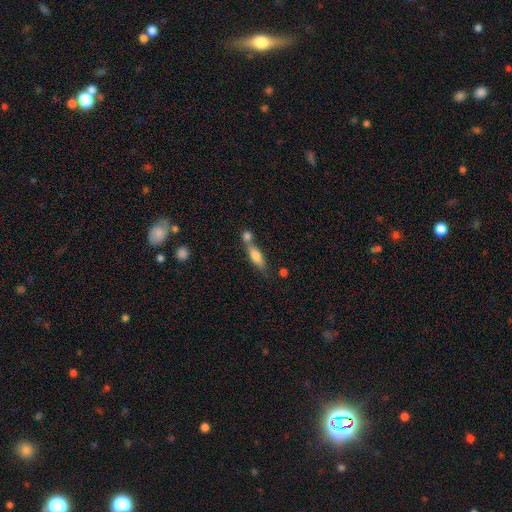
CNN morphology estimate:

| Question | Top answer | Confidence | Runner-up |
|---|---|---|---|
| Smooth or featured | smooth | 68% | featured or disk (25%) |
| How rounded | cigar-shaped | 52% | in between (45%) |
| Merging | merger | 44% | none (40%) |